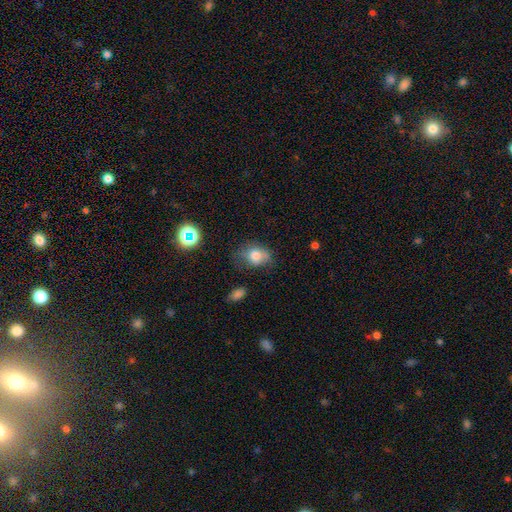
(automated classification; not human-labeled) A smooth galaxy with no disk features (75%) that is in between round and cigar-shaped (59%).

Vote fractions:
- Smooth or featured? smooth: 75% / featured or disk: 13% / star or artifact: 12%
- How rounded? in between: 59% / round: 40% / cigar-shaped: 1%
- Merging? none: 55% / minor disturbance: 30% / major disturbance: 11% / merger: 4%